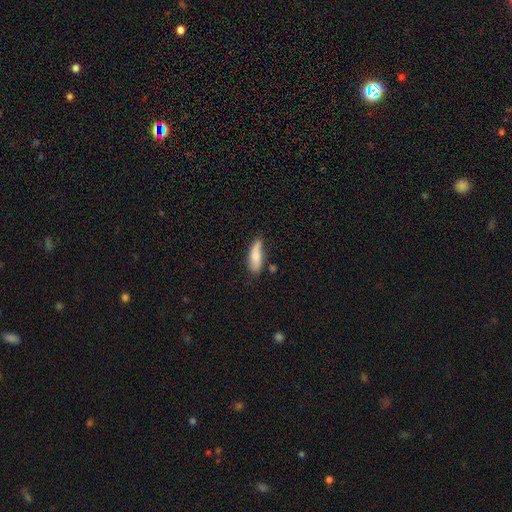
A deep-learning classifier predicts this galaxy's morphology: Smooth or featured: smooth — 70% (featured or disk — 24%)
How rounded: in between — 55% (cigar-shaped — 43%)
Merging: none — 63% (minor disturbance — 28%)